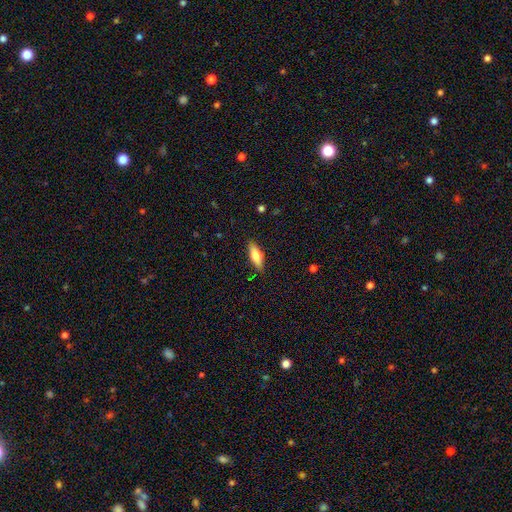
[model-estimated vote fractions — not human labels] smooth_or_featured: smooth (p=0.68) [alt: featured or disk p=0.26]
how_rounded: in between (p=0.58) [alt: cigar-shaped p=0.40]
merging: none (p=0.86) [alt: minor disturbance p=0.10]